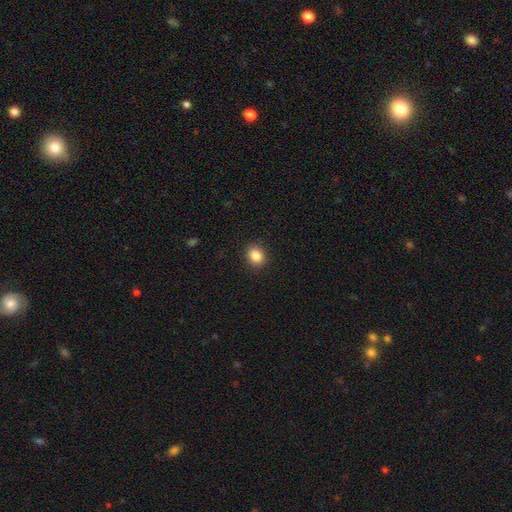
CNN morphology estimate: smooth_or_featured: smooth (p=0.86) [alt: star or artifact p=0.10]
how_rounded: round (p=0.62) [alt: in between p=0.38]
merging: none (p=0.90) [alt: minor disturbance p=0.07]